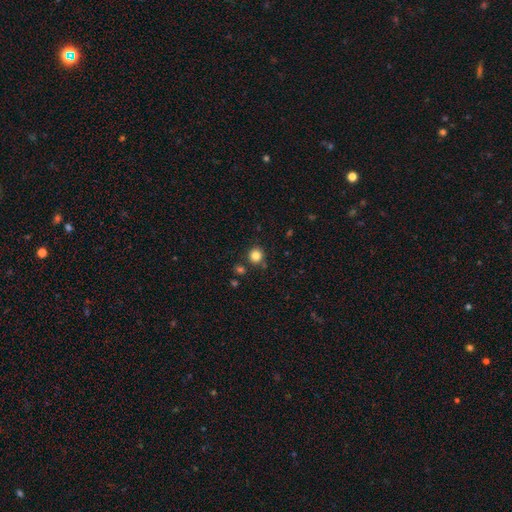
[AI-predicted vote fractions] smooth 83%, star or artifact 12%, featured or disk 5%. Down the decision tree: how rounded — round (91%); merging — none (86%).